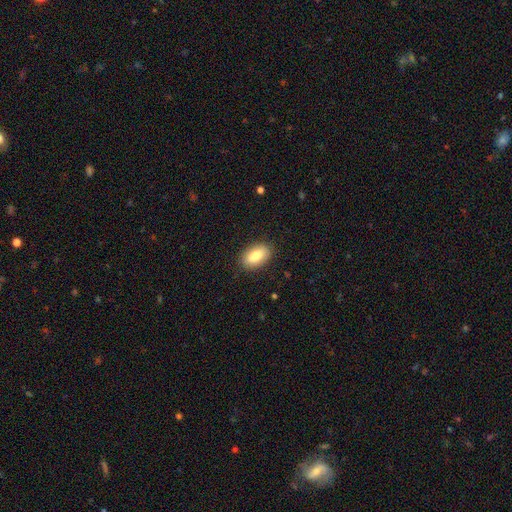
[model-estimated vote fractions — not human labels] A smooth galaxy with no disk features (82%) that is in between round and cigar-shaped (91%). Merging: none (87%).